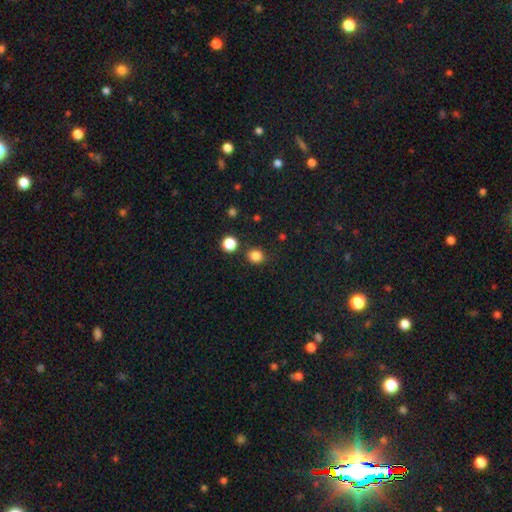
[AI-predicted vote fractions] Q: Smooth or featured?
A: smooth (83%); runner-up: star or artifact (13%)
Q: How rounded?
A: round (81%); runner-up: in between (18%)
Q: Merging?
A: none (82%); runner-up: minor disturbance (10%)